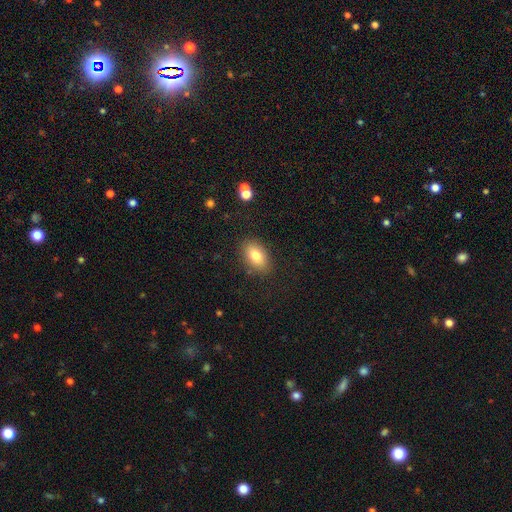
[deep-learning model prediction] Smooth or featured? smooth (80%)
How rounded? in between (89%)
Merging? none (85%)